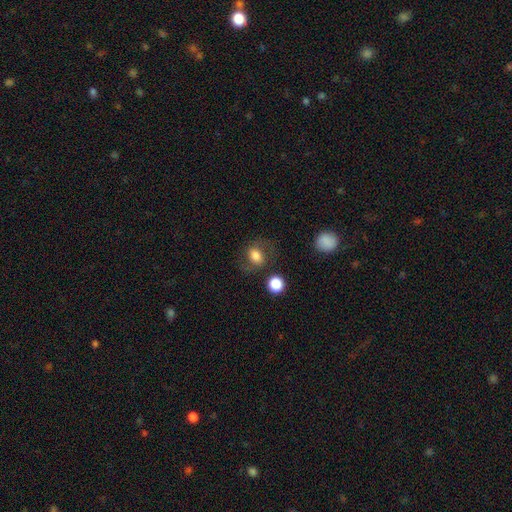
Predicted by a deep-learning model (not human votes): The model was most divided on "how rounded": in between: 53%, round: 46%, cigar-shaped: 2%. More confident: merging — none (66%); smooth or featured — smooth (66%).